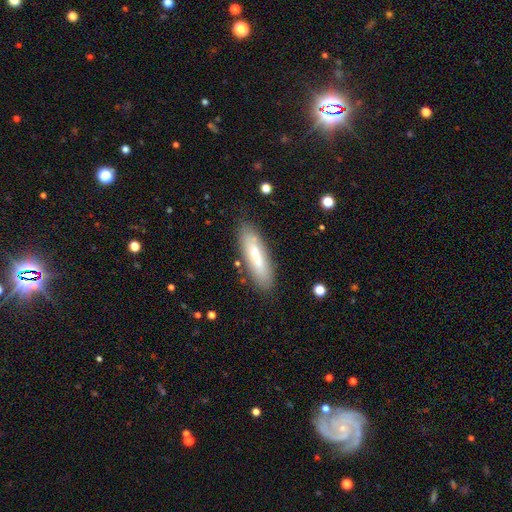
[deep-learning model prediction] Smooth or featured? smooth (66%)
How rounded? cigar-shaped (60%)
Merging? none (81%)